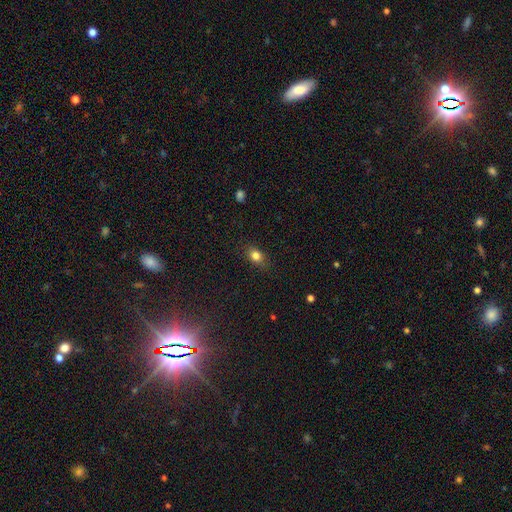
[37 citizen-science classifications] A smooth galaxy with no disk features (86%) that is in between round and cigar-shaped (69%).

Vote fractions:
- Smooth or featured? smooth: 86% / star or artifact: 8% / featured or disk: 5%
- How rounded? in between: 69% / round: 31% / cigar-shaped: 0%
- Merging? none: 76% / minor disturbance: 24% / major disturbance: 0% / merger: 0%